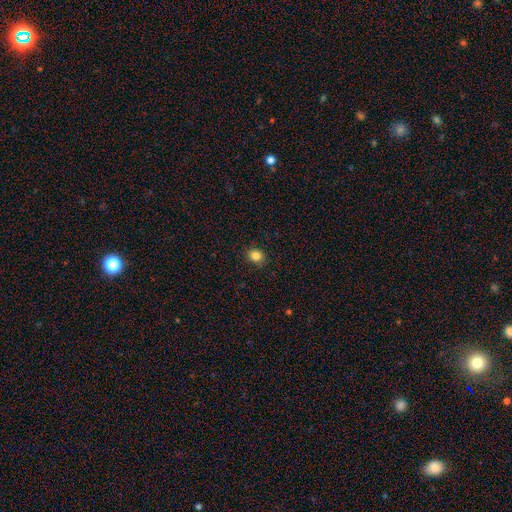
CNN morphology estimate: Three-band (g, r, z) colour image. It shows a smooth galaxy with no disk features (85%) that is round (71%). Merging: none (88%).